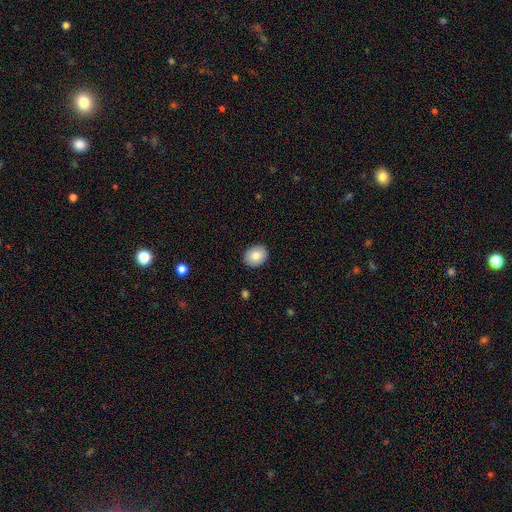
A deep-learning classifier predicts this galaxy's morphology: Smooth or featured: smooth — 81% (featured or disk — 11%)
How rounded: round — 52% (in between — 47%)
Merging: none — 90% (minor disturbance — 7%)